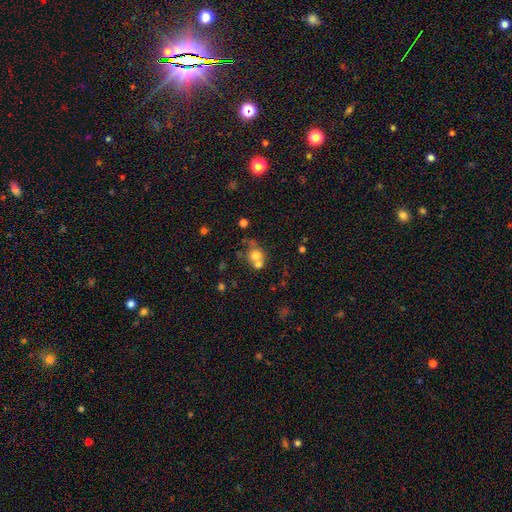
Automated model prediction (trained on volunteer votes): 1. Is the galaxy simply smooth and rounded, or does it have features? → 70% smooth, 17% featured or disk, 13% star or artifact.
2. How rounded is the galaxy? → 76% round, 22% in between, 1% cigar-shaped.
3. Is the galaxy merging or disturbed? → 49% merger, 34% none, 10% minor disturbance, 6% major disturbance.